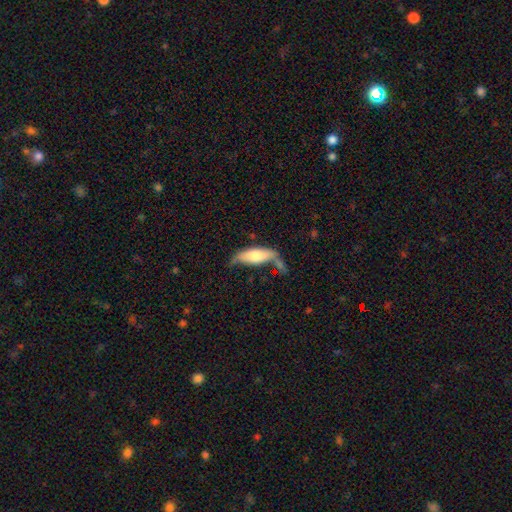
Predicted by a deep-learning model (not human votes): A smooth galaxy with no disk features (67%) that is in between round and cigar-shaped (66%).

Vote fractions:
- Smooth or featured? smooth: 67% / featured or disk: 28% / star or artifact: 6%
- How rounded? in between: 66% / cigar-shaped: 31% / round: 2%
- Merging? none: 45% / minor disturbance: 29% / major disturbance: 13% / merger: 12%